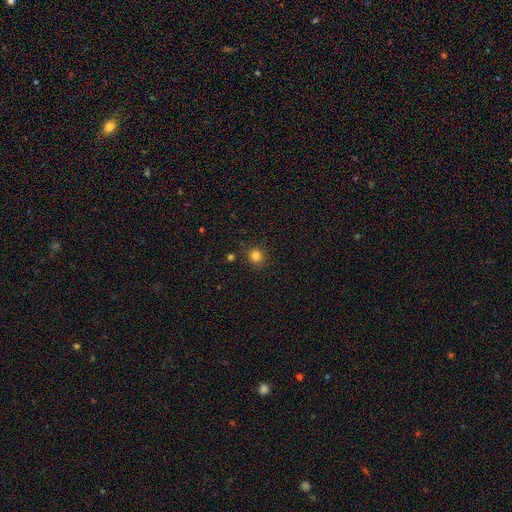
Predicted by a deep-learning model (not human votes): Smooth or featured?
  - smooth: 82% *
  - star or artifact: 14%
  - featured or disk: 4%
How rounded?
  - round: 90% *
  - in between: 9%
  - cigar-shaped: 1%
Merging?
  - none: 86% *
  - minor disturbance: 9%
  - merger: 3%
  - major disturbance: 3%